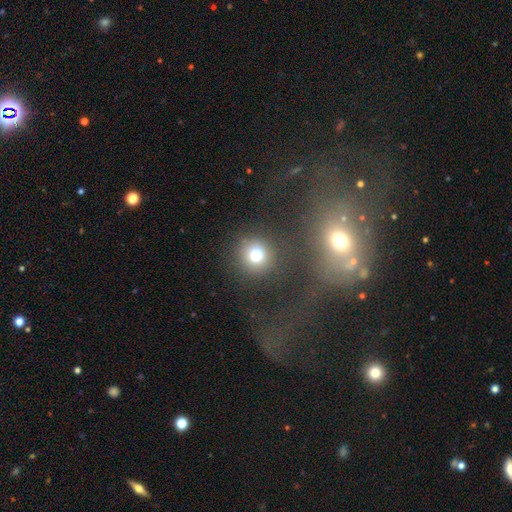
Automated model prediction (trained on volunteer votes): A smooth galaxy with no disk features (76%) that is round (90%).

Vote fractions:
- Smooth or featured? smooth: 76% / star or artifact: 15% / featured or disk: 9%
- How rounded? round: 90% / in between: 9% / cigar-shaped: 1%
- Merging? none: 83% / minor disturbance: 8% / merger: 4% / major disturbance: 4%